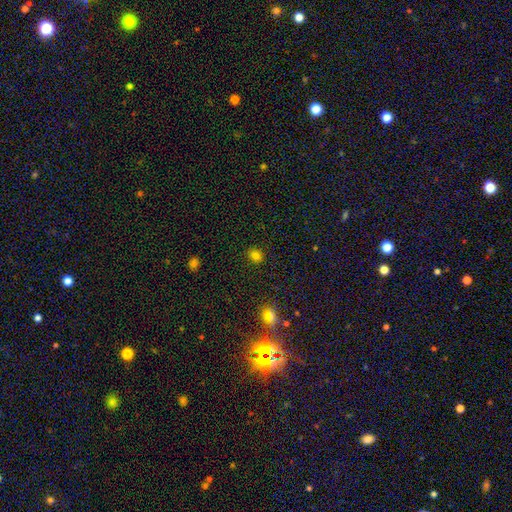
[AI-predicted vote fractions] The model was most divided on "how rounded": round: 64%, in between: 35%, cigar-shaped: 1%. More confident: merging — none (88%); smooth or featured — smooth (78%).